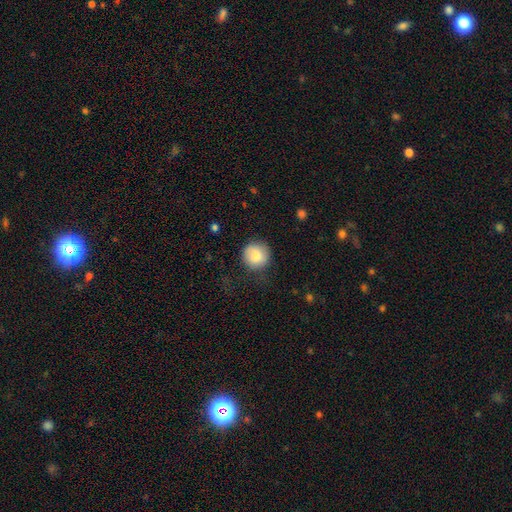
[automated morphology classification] Overall: smooth (82%). How rounded: round (93%). Merging: none (77%).